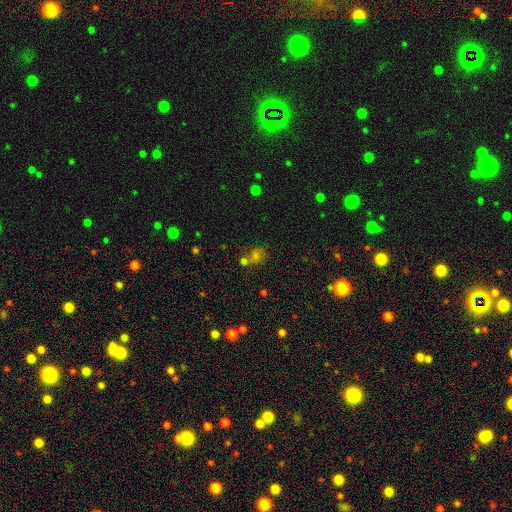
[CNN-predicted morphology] smooth_or_featured: smooth (p=0.50) [alt: star or artifact p=0.37]
merging: none (p=0.58) [alt: merger p=0.20]